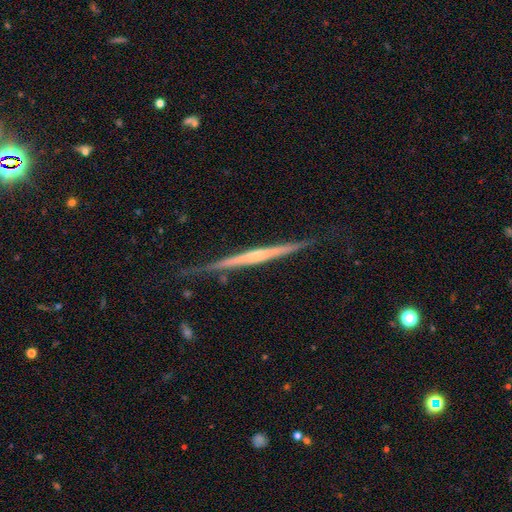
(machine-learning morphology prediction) Smooth or featured: featured or disk — 76% (smooth — 18%)
Edge-on disk: yes — 98% (no — 2%)
Edge-on bulge: none — 56% (rounded — 37%)
Merging: none — 81% (minor disturbance — 14%)